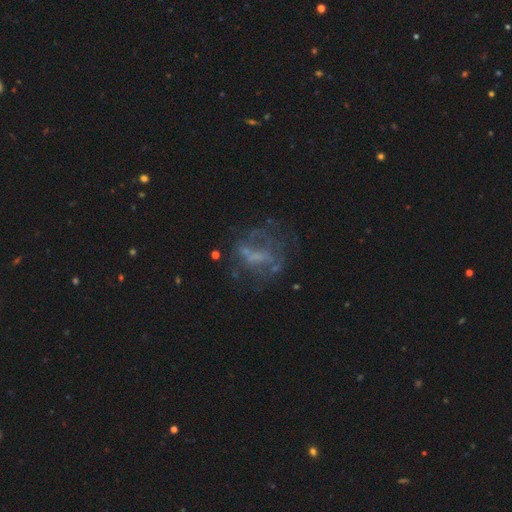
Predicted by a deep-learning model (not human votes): This appears to be a featured or disk galaxy (59%) with no bar (52%), no spiral arms (70%) and no central bulge (58%). Merging: none (50%).